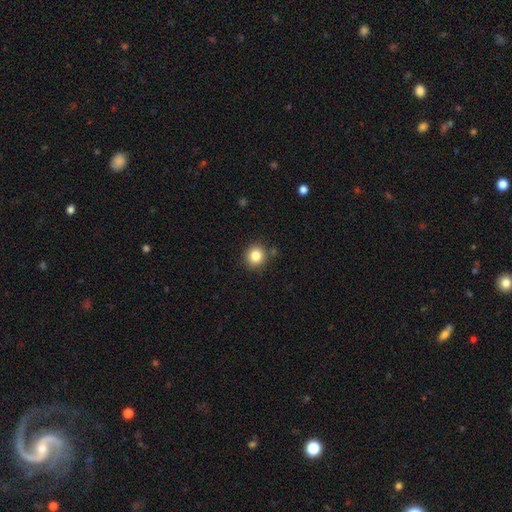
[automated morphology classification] Smooth or featured? smooth (83%)
How rounded? round (88%)
Merging? none (86%)